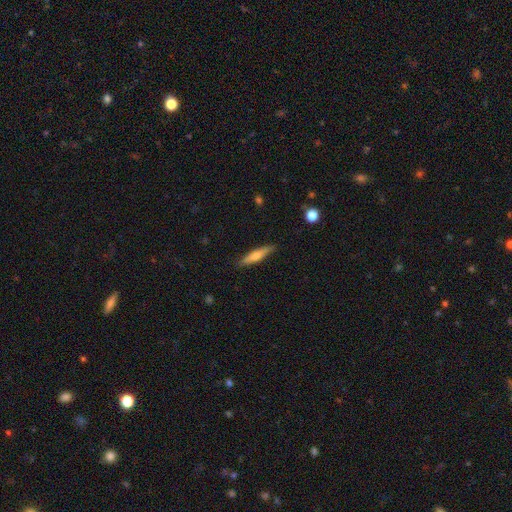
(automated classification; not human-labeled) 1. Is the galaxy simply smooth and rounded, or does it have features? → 58% smooth, 36% featured or disk, 6% star or artifact.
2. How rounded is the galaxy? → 86% cigar-shaped, 12% in between, 2% round.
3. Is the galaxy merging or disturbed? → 86% none, 11% minor disturbance, 2% major disturbance, 1% merger.